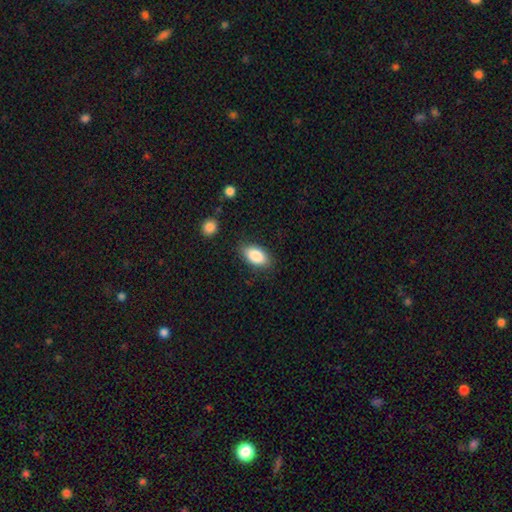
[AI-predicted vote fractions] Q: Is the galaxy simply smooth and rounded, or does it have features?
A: smooth — 86%.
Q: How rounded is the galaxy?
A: in between — 93%.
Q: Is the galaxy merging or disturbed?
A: none — 82%.